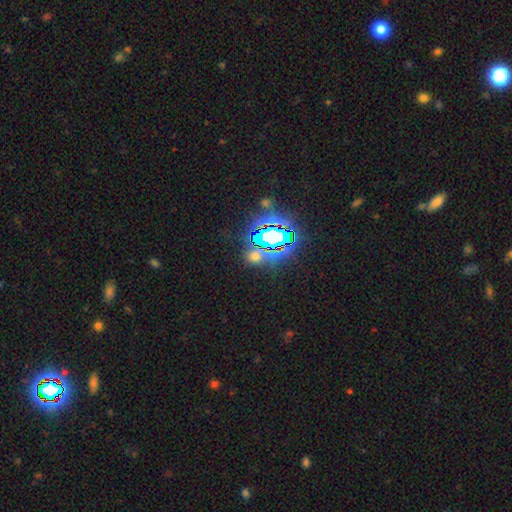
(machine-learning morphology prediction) star or artifact 58%, smooth 33%, featured or disk 9%.